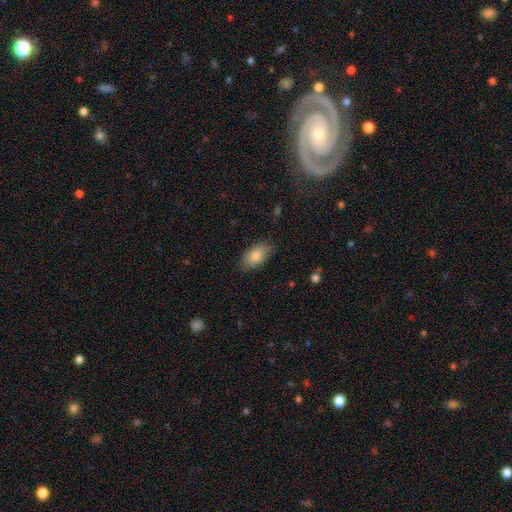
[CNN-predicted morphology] The model was most divided on "merging": none: 81%, minor disturbance: 15%, major disturbance: 3%, merger: 1%. More confident: how rounded — in between (93%); smooth or featured — smooth (83%).